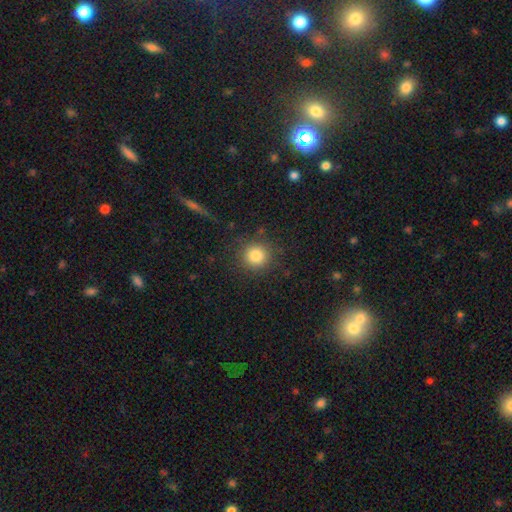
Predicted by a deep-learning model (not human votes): smooth 82%, star or artifact 12%, featured or disk 6%. Down the decision tree: how rounded — round (93%); merging — none (86%).